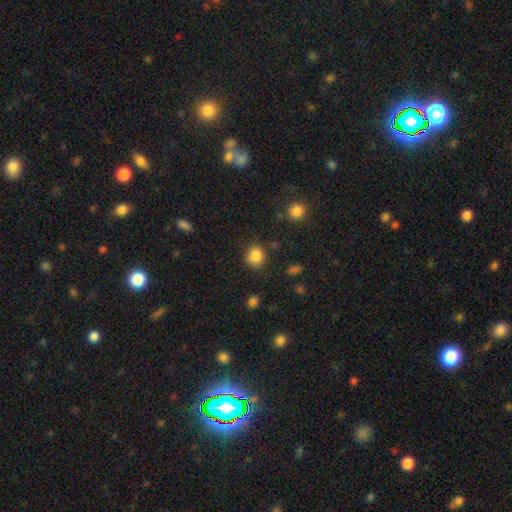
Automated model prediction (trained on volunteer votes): This appears to be a smooth galaxy with no disk features (86%) that is round (79%). Merging: none (84%).